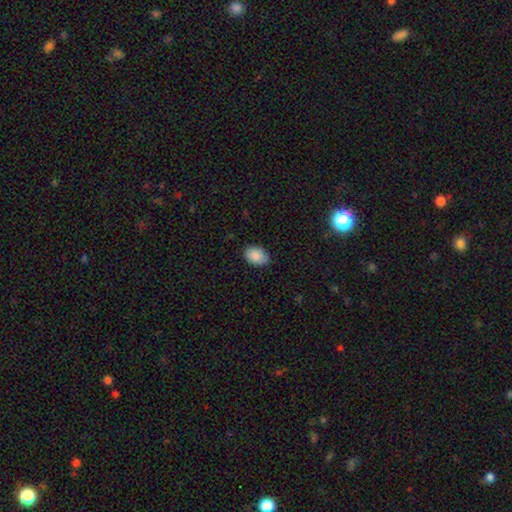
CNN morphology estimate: The model was most divided on "how rounded": in between: 80%, round: 19%, cigar-shaped: 1%. More confident: smooth or featured — smooth (88%); merging — none (84%).